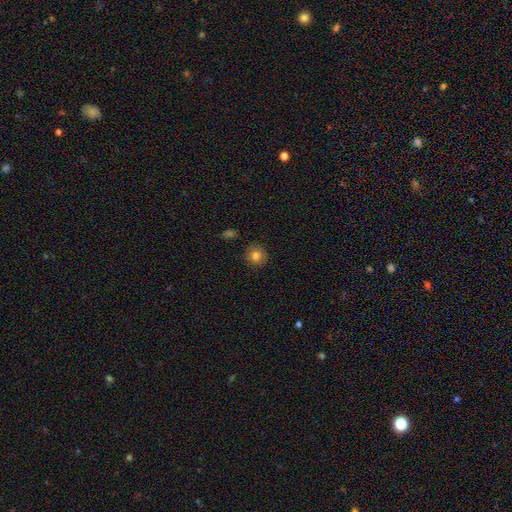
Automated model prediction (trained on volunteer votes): Smooth or featured?
  - smooth: 82% *
  - star or artifact: 12%
  - featured or disk: 7%
How rounded?
  - round: 90% *
  - in between: 9%
  - cigar-shaped: 1%
Merging?
  - none: 88% *
  - minor disturbance: 9%
  - major disturbance: 2%
  - merger: 2%